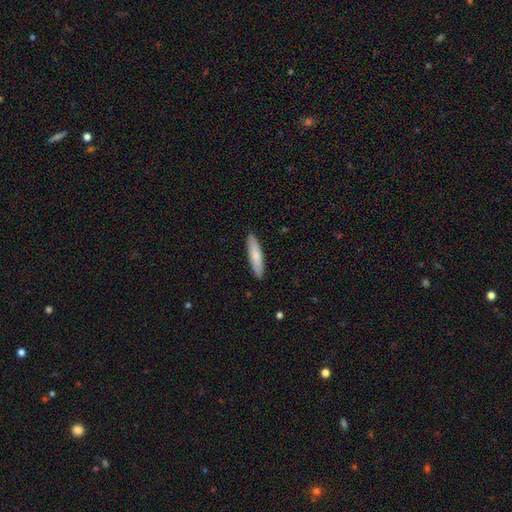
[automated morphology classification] This is likely a smooth galaxy (78%). How rounded: likely cigar-shaped (79%). Merging: clearly none (90%).